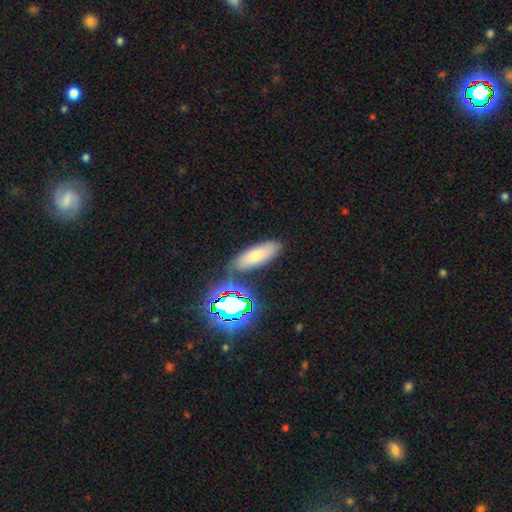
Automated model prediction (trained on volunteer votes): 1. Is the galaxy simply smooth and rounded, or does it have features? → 67% smooth, 17% star or artifact, 16% featured or disk.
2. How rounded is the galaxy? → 65% in between, 30% cigar-shaped, 4% round.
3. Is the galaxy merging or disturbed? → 75% none, 13% minor disturbance, 8% merger, 4% major disturbance.